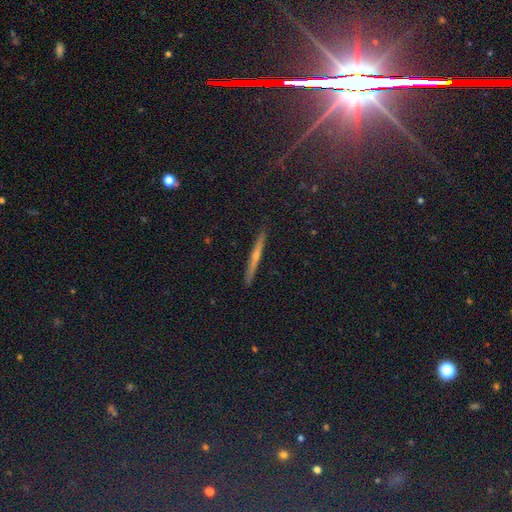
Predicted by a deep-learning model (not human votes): A featured or disk galaxy (55%) viewed edge-on (95%) with a rounded central bulge (69%).

Vote fractions:
- Smooth or featured? featured or disk: 55% / smooth: 27% / star or artifact: 18%
- Edge-on disk? yes: 95% / no: 5%
- Edge-on bulge? rounded: 69% / none: 25% / boxy: 6%
- Merging? none: 91% / minor disturbance: 6% / major disturbance: 1% / merger: 1%